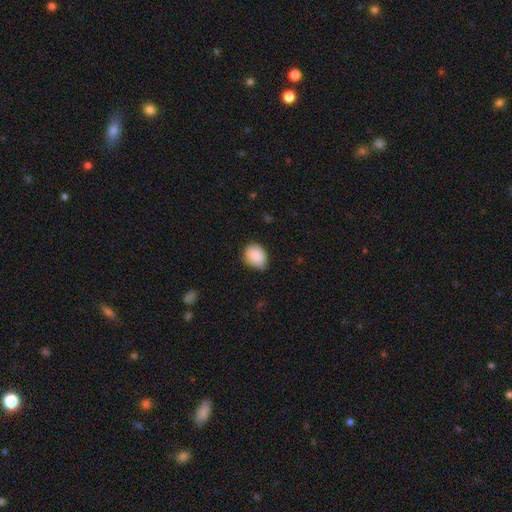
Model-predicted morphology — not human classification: smooth_or_featured: smooth (p=0.87) [alt: star or artifact p=0.07]
how_rounded: in between (p=0.53) [alt: round p=0.46]
merging: none (p=0.64) [alt: minor disturbance p=0.31]